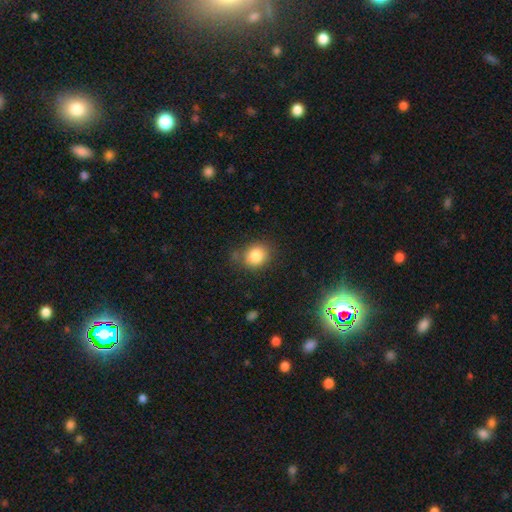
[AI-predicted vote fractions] smooth_or_featured: smooth (p=0.83) [alt: star or artifact p=0.10]
how_rounded: round (p=0.65) [alt: in between p=0.35]
merging: none (p=0.75) [alt: minor disturbance p=0.17]